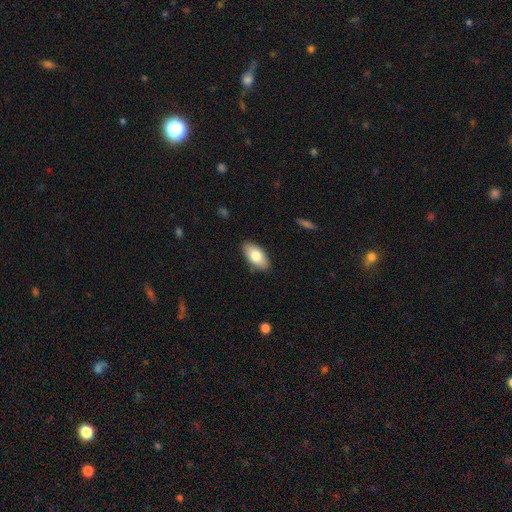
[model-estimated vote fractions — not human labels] Overall: smooth (80%). How rounded: in between (94%). Merging: none (87%).